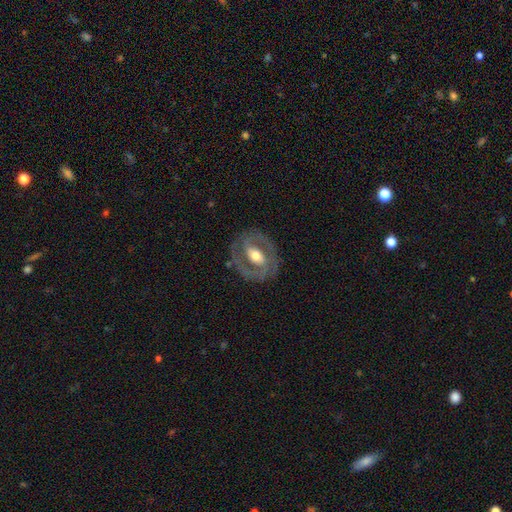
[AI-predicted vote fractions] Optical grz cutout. It shows a featured or disk galaxy (78%) with a weak bar (37%), 2 (83%) tight (46%) spiral arms (75%) and a moderate central bulge (68%). Merging: none (79%).